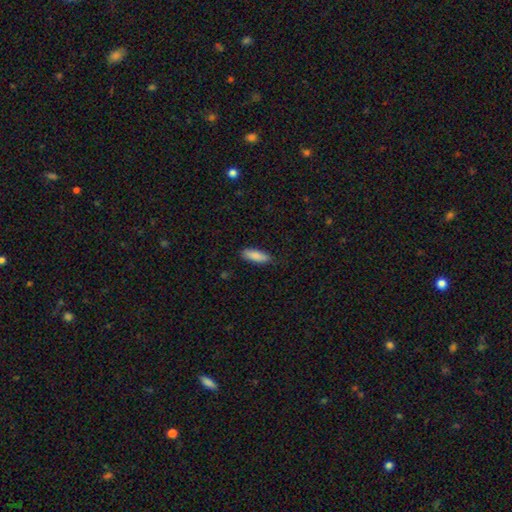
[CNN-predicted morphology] This is clearly a smooth galaxy (88%). How rounded: possibly in between (57%). Merging: clearly none (84%).